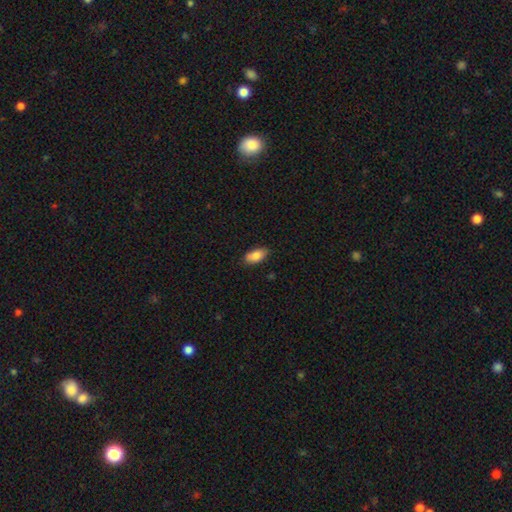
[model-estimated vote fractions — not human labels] Smooth or featured: smooth — 84% (featured or disk — 10%)
How rounded: in between — 91% (cigar-shaped — 6%)
Merging: none — 84% (minor disturbance — 13%)